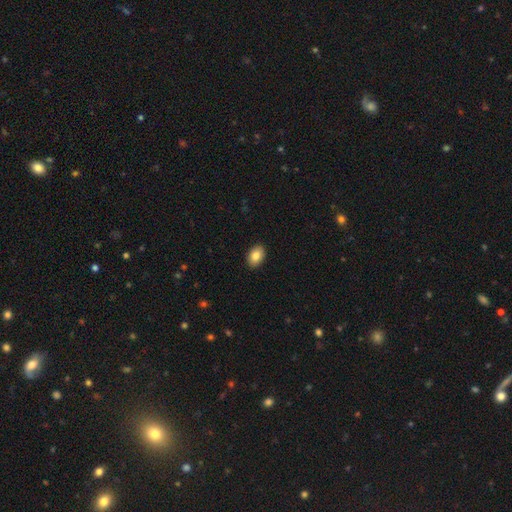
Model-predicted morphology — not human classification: The model was most divided on "how rounded": in between: 85%, round: 14%, cigar-shaped: 1%. More confident: merging — none (91%); smooth or featured — smooth (84%).